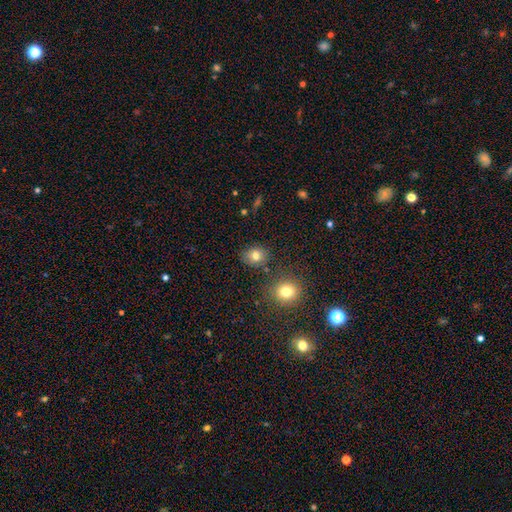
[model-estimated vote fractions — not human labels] Smooth or featured? smooth (78%)
How rounded? round (63%)
Merging? none (80%)